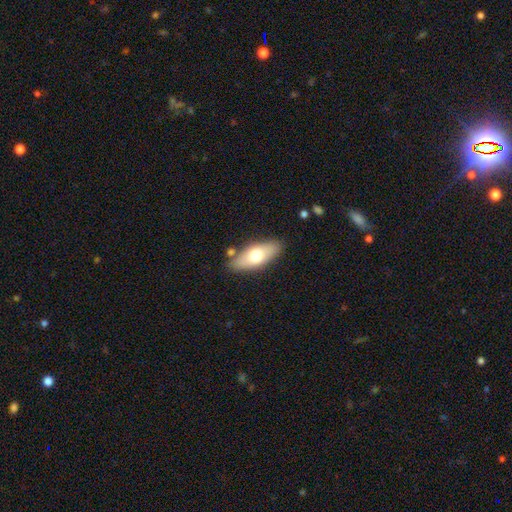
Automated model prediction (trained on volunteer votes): smooth_or_featured: smooth (p=0.65) [alt: featured or disk p=0.29]
how_rounded: in between (p=0.78) [alt: cigar-shaped p=0.19]
merging: none (p=0.81) [alt: minor disturbance p=0.12]